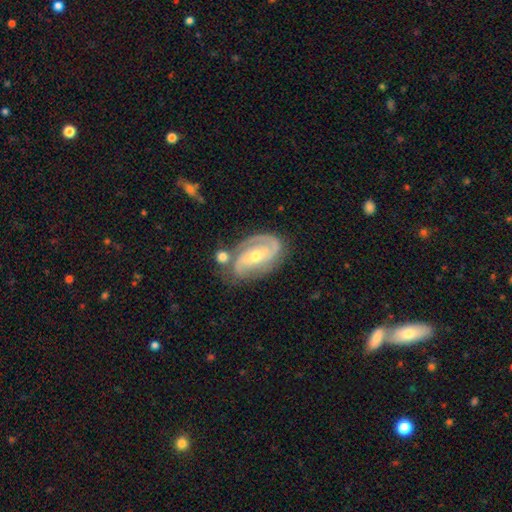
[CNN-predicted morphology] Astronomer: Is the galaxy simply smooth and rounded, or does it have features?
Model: featured or disk — 87%.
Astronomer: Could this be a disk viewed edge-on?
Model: no — 96%.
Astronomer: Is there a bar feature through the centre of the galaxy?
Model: no — 41% (runner-up: weak, 38%).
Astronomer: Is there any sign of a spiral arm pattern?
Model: yes — 96%.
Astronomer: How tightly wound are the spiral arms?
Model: tight — 47% (runner-up: medium, 42%).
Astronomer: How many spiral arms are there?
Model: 2 — 76%.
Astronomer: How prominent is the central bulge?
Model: moderate — 52% (runner-up: small, 45%).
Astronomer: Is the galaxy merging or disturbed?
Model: none — 62%.